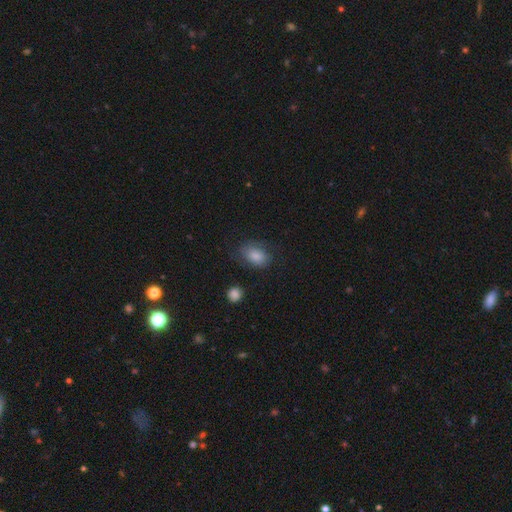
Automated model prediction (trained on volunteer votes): Smooth or featured: smooth — 78% (featured or disk — 14%)
How rounded: in between — 81% (round — 18%)
Merging: none — 66% (minor disturbance — 22%)